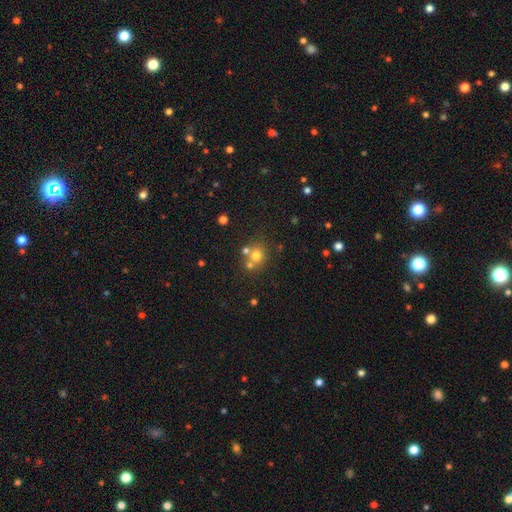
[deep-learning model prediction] The model was most divided on "merging": none: 55%, merger: 33%, minor disturbance: 8%, major disturbance: 4%. More confident: how rounded — round (83%); smooth or featured — smooth (68%).